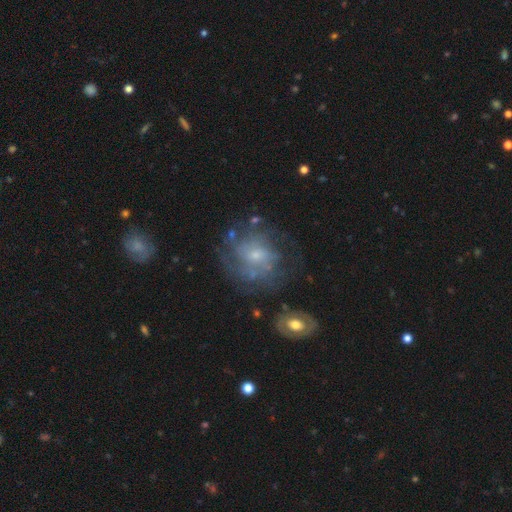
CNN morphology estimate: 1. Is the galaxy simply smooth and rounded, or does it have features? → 66% featured or disk, 23% smooth, 11% star or artifact.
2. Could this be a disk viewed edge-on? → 97% no, 3% yes.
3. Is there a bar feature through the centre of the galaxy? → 65% no, 30% weak, 5% strong.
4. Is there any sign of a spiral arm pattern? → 75% yes, 25% no.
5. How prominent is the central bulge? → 62% small, 30% moderate, 5% none, 2% large, 1% dominant.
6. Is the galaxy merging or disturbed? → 63% none, 19% minor disturbance, 14% major disturbance, 4% merger.